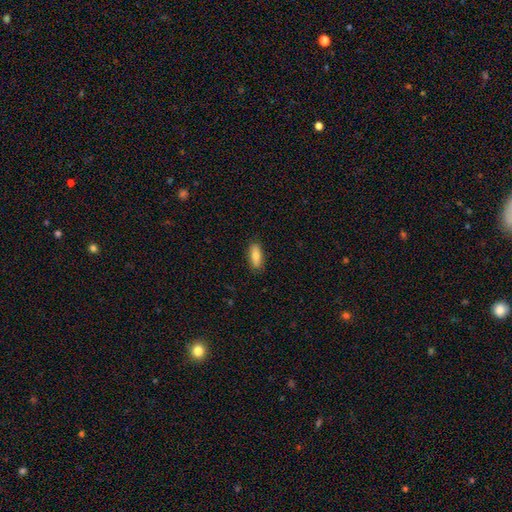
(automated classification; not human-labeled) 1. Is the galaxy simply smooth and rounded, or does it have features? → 82% smooth, 12% featured or disk, 6% star or artifact.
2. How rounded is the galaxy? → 72% in between, 26% cigar-shaped, 2% round.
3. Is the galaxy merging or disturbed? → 87% none, 10% minor disturbance, 2% major disturbance, 1% merger.